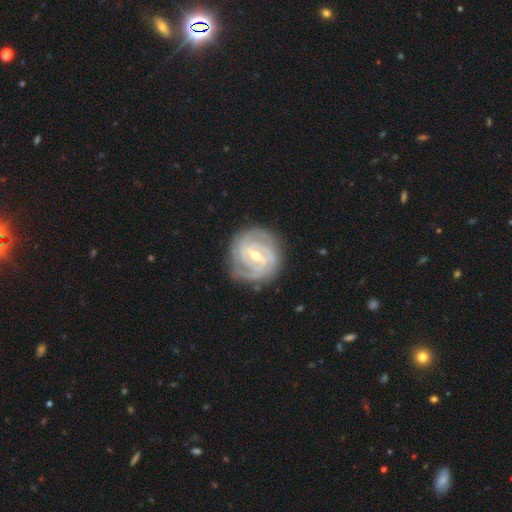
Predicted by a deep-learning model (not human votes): A featured or disk galaxy (90%) with a strong bar (46%), 2 (36%) tight (76%) spiral arms (98%) and a moderate central bulge (51%).

Vote fractions:
- Smooth or featured? featured or disk: 90% / smooth: 5% / star or artifact: 5%
- Edge-on disk? no: 97% / yes: 3%
- Bar? strong: 46% / weak: 44% / no: 10%
- Spiral arms? yes: 98% / no: 2%
- Spiral winding? tight: 76% / medium: 21% / loose: 3%
- Spiral arm count? 2: 36% / 3: 26% / can't tell: 17% / 4: 11% / more than 4: 5% / 1: 5%
- Bulge size? moderate: 51% / small: 46% / large: 2% / none: 1% / dominant: 1%
- Merging? none: 81% / minor disturbance: 14% / major disturbance: 4% / merger: 1%